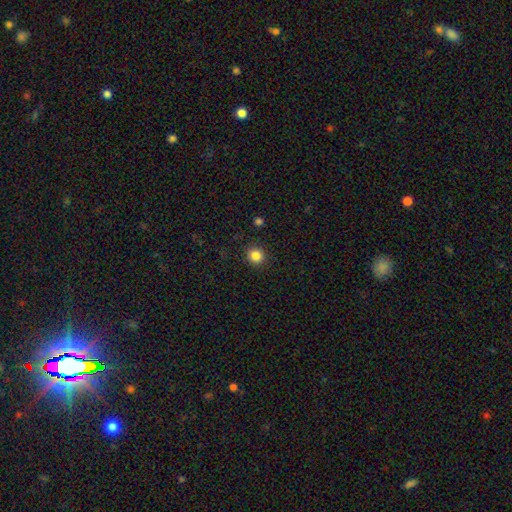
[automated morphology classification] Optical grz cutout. It shows a smooth galaxy with no disk features (85%) that is round (92%). Merging: none (91%).